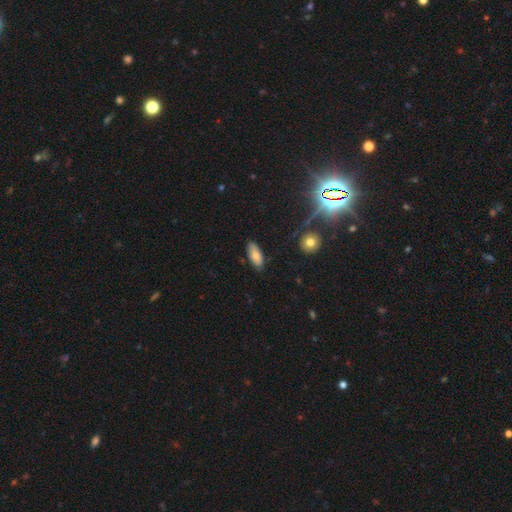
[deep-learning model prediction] Smooth or featured?
  - smooth: 78% *
  - featured or disk: 14%
  - star or artifact: 8%
How rounded?
  - in between: 83% *
  - cigar-shaped: 15%
  - round: 2%
Merging?
  - none: 83% *
  - minor disturbance: 13%
  - major disturbance: 2%
  - merger: 2%